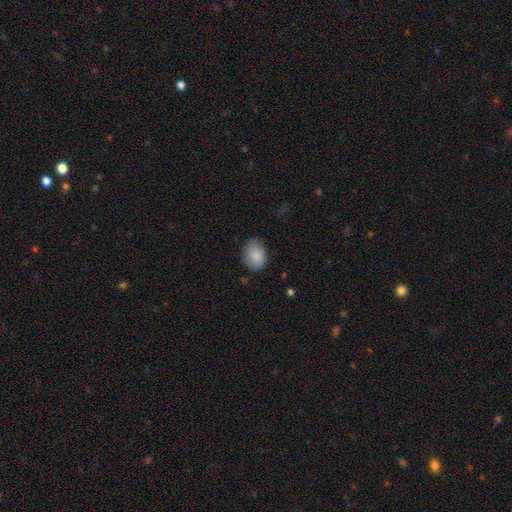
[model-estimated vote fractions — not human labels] smooth 86%, star or artifact 7%, featured or disk 7%. Down the decision tree: how rounded — in between (73%); merging — none (72%).